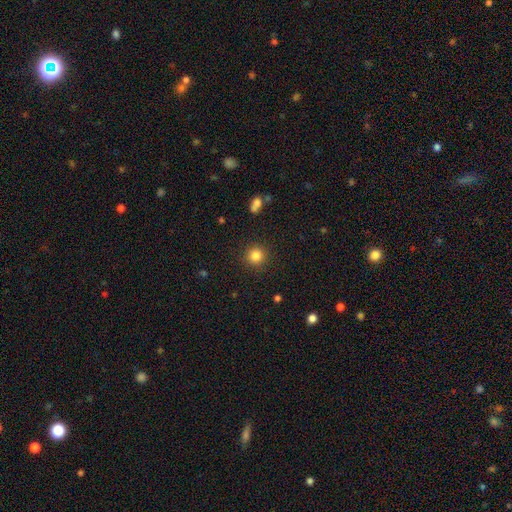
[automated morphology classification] Overall: smooth (83%). How rounded: round (93%). Merging: none (91%).